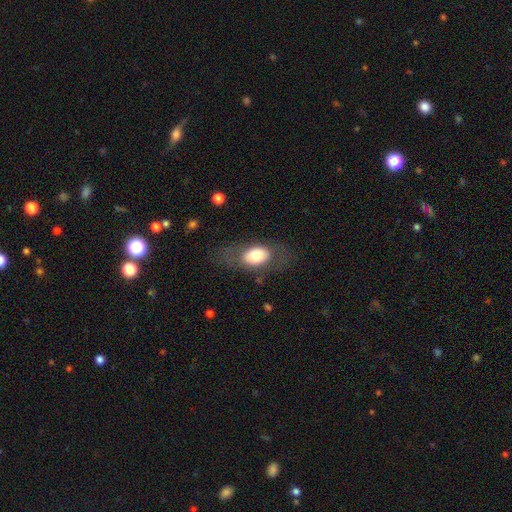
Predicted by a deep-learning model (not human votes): This appears to be a smooth galaxy with no disk features (68%) that is in between round and cigar-shaped (85%). Merging: none (71%).